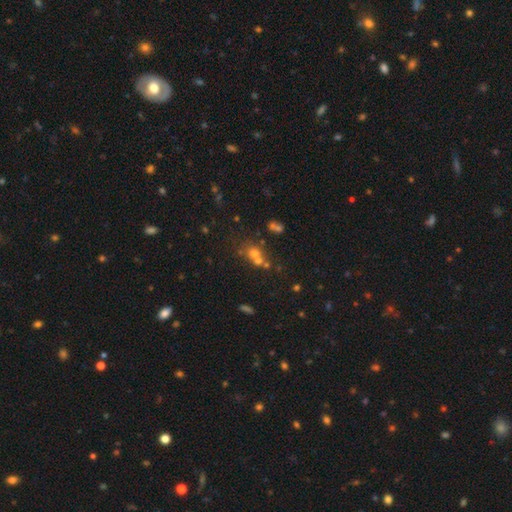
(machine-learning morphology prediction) smooth_or_featured: smooth (p=0.59) [alt: star or artifact p=0.22]
how_rounded: round (p=0.75) [alt: in between p=0.24]
merging: merger (p=0.46) [alt: none p=0.40]